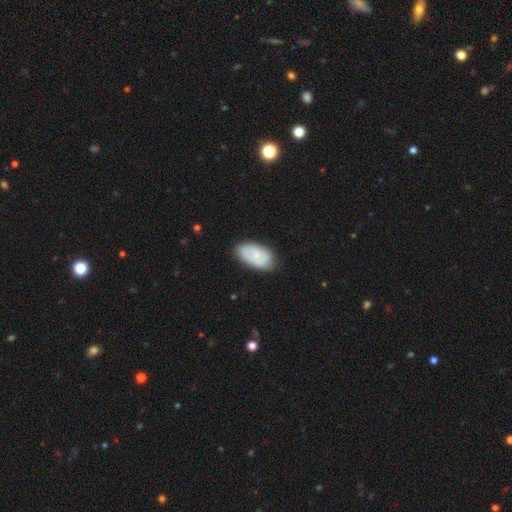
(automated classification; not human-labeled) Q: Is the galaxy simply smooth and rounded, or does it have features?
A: smooth — 60%.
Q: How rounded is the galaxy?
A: in between — 94%.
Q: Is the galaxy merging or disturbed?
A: none — 78%.